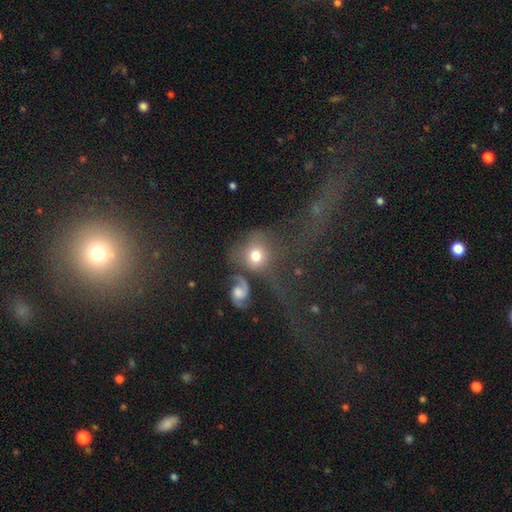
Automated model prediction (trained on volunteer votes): Overall: smooth (62%; featured or disk 28%). How rounded: round (73%). Merging: none (43%; merger 23%).